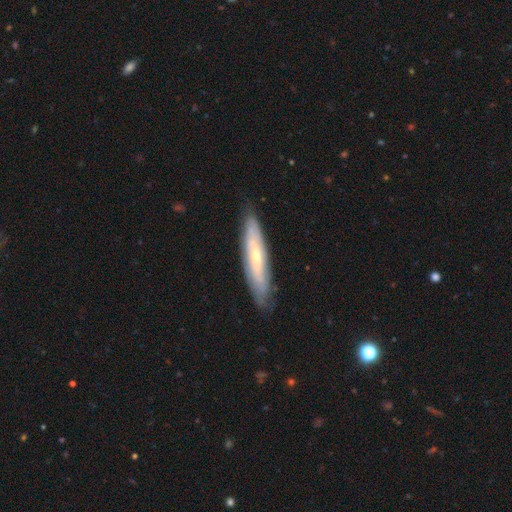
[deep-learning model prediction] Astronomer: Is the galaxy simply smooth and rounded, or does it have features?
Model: featured or disk — 62%.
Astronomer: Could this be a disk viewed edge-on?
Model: yes — 52% (runner-up: no, 48%).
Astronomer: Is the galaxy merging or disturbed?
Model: none — 82%.